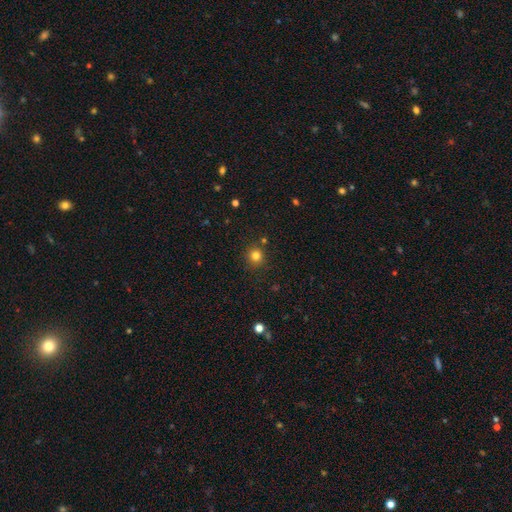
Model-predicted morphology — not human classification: smooth_or_featured: smooth (p=0.80) [alt: star or artifact p=0.15]
how_rounded: round (p=0.93) [alt: in between p=0.07]
merging: none (p=0.87) [alt: minor disturbance p=0.07]